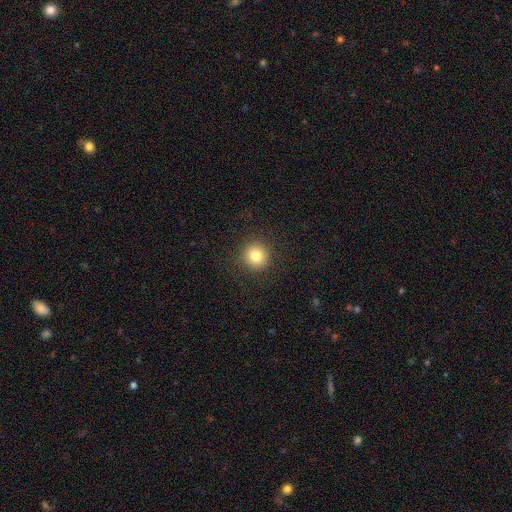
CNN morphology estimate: Q: Smooth or featured?
A: smooth (82%); runner-up: star or artifact (11%)
Q: How rounded?
A: round (94%); runner-up: in between (5%)
Q: Merging?
A: none (90%); runner-up: minor disturbance (6%)